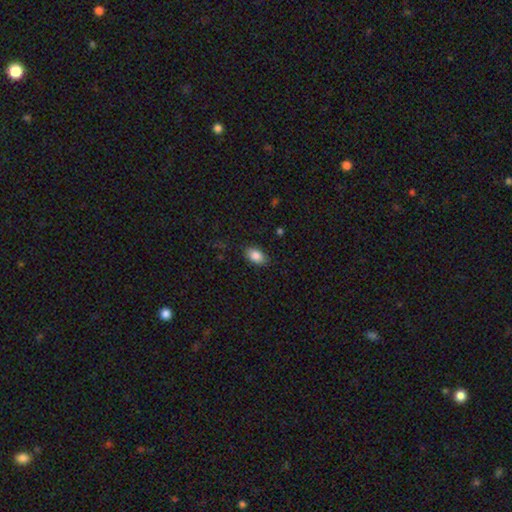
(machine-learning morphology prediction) smooth_or_featured: smooth (p=0.86) [alt: star or artifact p=0.08]
how_rounded: in between (p=0.88) [alt: round p=0.10]
merging: none (p=0.86) [alt: minor disturbance p=0.11]